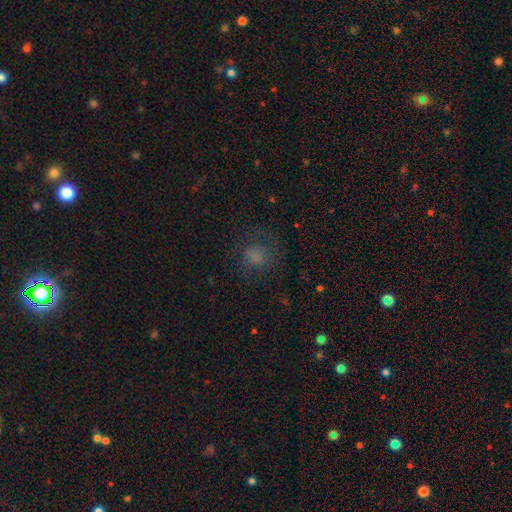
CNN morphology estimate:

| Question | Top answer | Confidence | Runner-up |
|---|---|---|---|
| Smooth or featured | smooth | 58% | featured or disk (23%) |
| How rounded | round | 74% | in between (24%) |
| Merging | none | 61% | major disturbance (19%) |